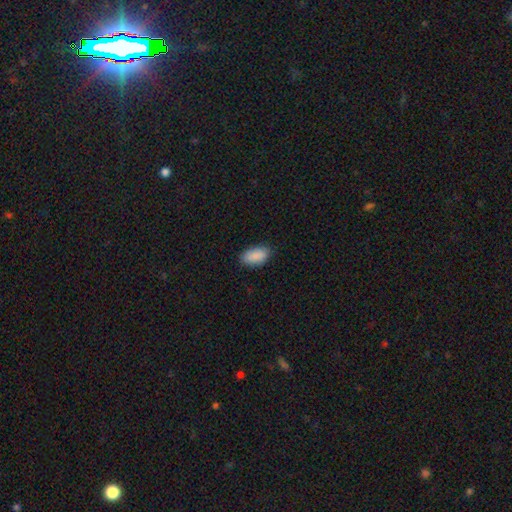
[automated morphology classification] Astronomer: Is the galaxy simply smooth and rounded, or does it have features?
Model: smooth — 90%.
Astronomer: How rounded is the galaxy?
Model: in between — 94%.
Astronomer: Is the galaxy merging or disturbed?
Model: none — 84%.